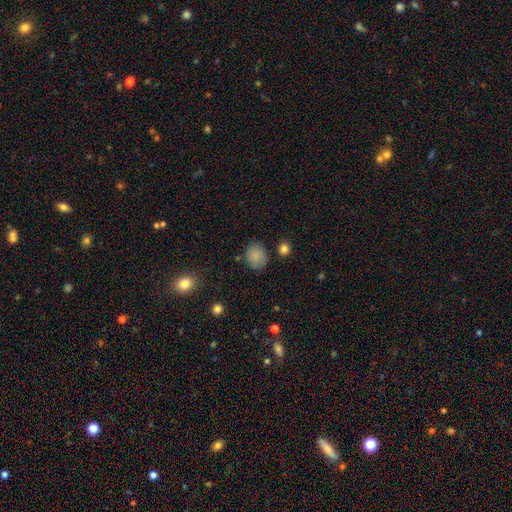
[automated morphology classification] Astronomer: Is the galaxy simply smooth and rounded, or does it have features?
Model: smooth — 86%.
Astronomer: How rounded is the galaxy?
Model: round — 56% (runner-up: in between, 43%).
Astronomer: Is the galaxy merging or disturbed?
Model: none — 79%.